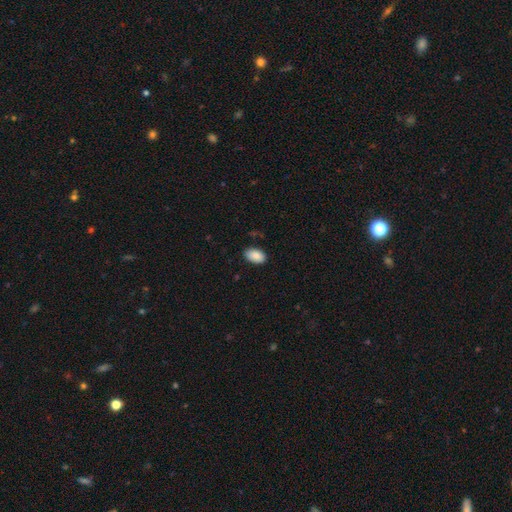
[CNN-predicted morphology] This is clearly a smooth galaxy (88%). How rounded: clearly in between (93%). Merging: clearly none (85%).